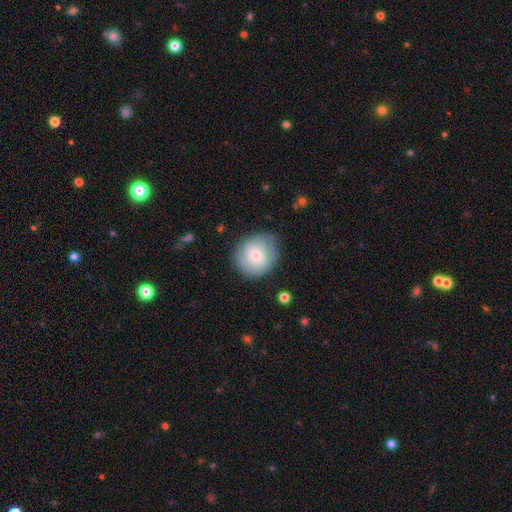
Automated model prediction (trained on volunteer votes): Smooth or featured? Predicted: smooth (p=0.65). How rounded? Predicted: round (p=0.84). Merging? Predicted: none (p=0.71).